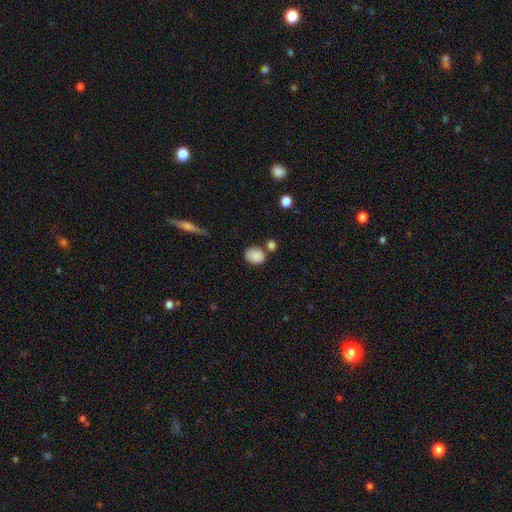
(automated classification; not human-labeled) This appears to be a smooth galaxy with no disk features (86%) that is round (57%). Merging: none (64%).